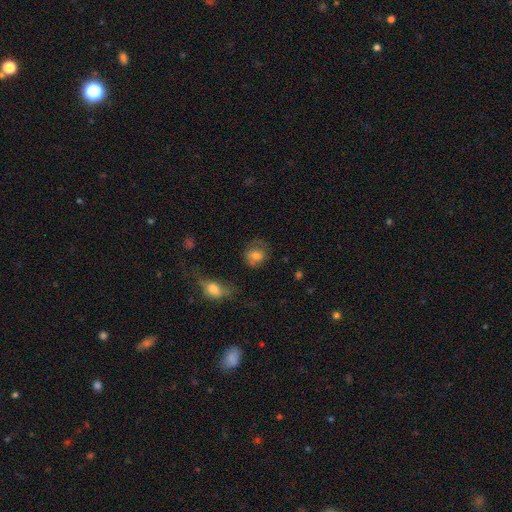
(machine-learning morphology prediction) The model was most divided on "how rounded": round: 61%, in between: 38%, cigar-shaped: 1%. More confident: smooth or featured — smooth (70%); merging — none (57%).